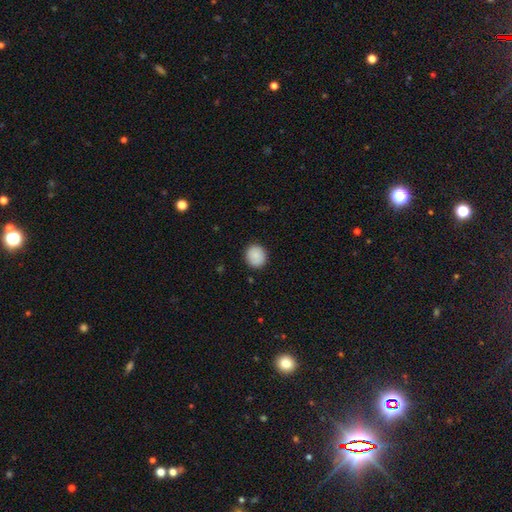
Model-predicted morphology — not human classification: This is clearly a smooth galaxy (88%). How rounded: clearly round (83%). Merging: clearly none (89%).